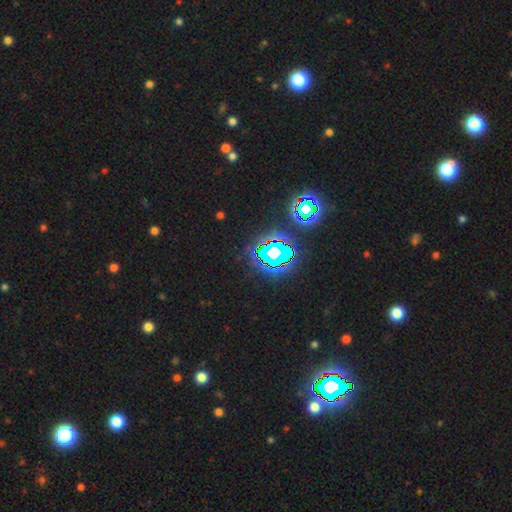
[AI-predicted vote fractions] Smooth or featured: star or artifact — 81% (smooth — 12%)